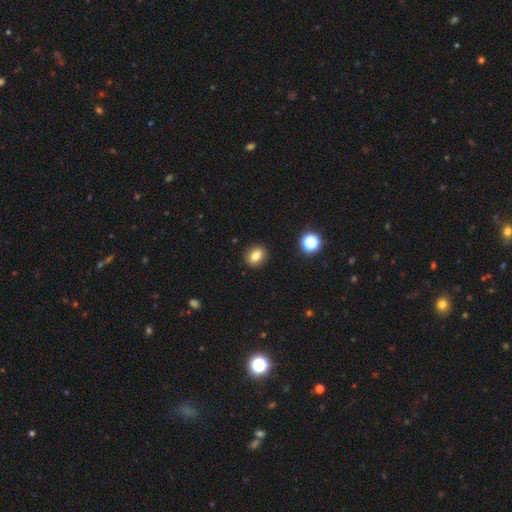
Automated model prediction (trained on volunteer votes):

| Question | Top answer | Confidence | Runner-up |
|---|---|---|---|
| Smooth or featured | smooth | 79% | star or artifact (12%) |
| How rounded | round | 51% | in between (48%) |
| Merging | none | 90% | minor disturbance (7%) |